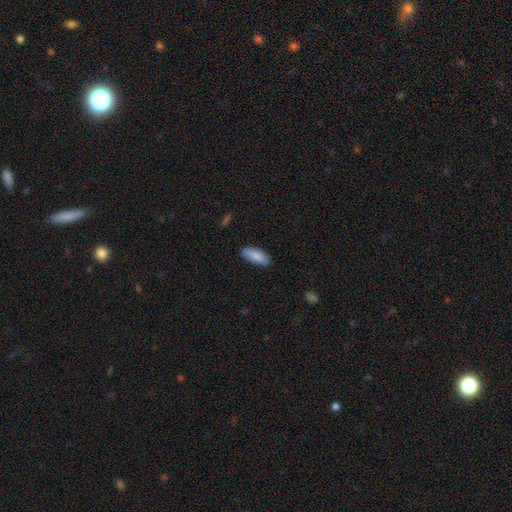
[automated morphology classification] The model was most divided on "how rounded": in between: 82%, cigar-shaped: 16%, round: 2%. More confident: smooth or featured — smooth (87%); merging — none (84%).